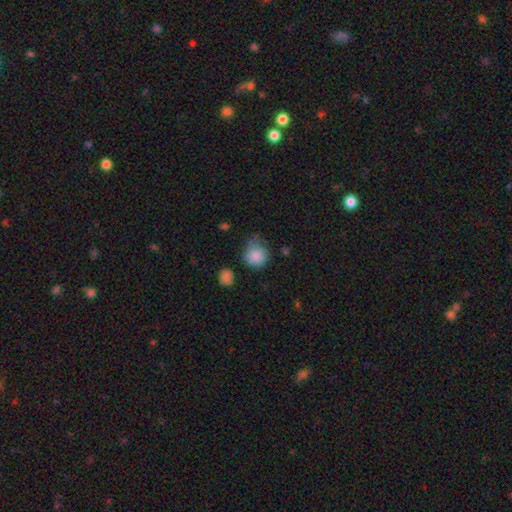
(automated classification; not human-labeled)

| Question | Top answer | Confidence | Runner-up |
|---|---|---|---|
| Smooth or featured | smooth | 83% | star or artifact (10%) |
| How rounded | round | 80% | in between (19%) |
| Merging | none | 47% | minor disturbance (35%) |